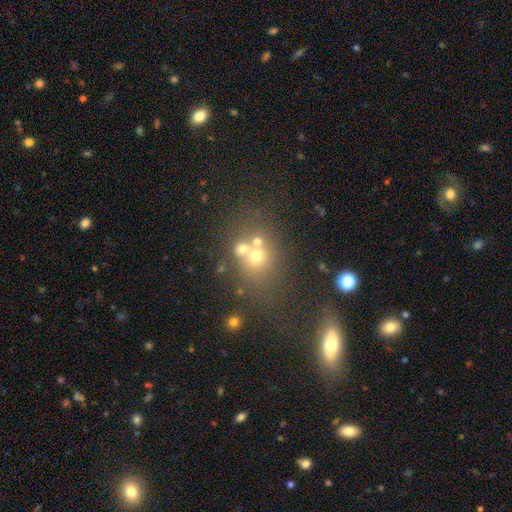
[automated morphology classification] Q: Smooth or featured?
A: smooth (57%); runner-up: star or artifact (22%)
Q: How rounded?
A: round (72%); runner-up: in between (27%)
Q: Merging?
A: none (46%); runner-up: merger (38%)